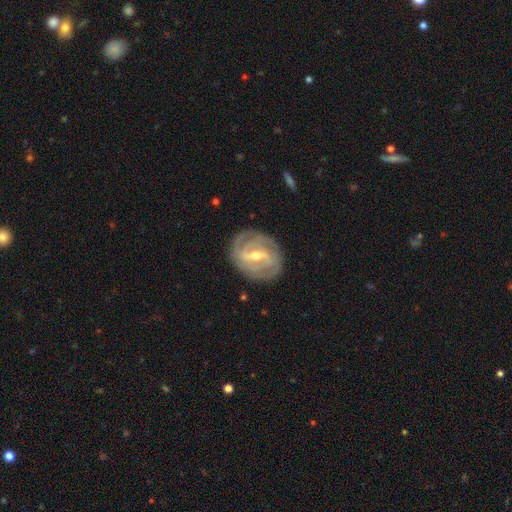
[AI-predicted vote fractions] Smooth or featured? featured or disk (87%)
Edge-on disk? no (97%)
Bar? strong (46%)
Spiral arms? yes (94%)
Spiral winding? tight (61%)
Spiral arm count? 2 (40%)
Bulge size? moderate (56%)
Merging? none (82%)